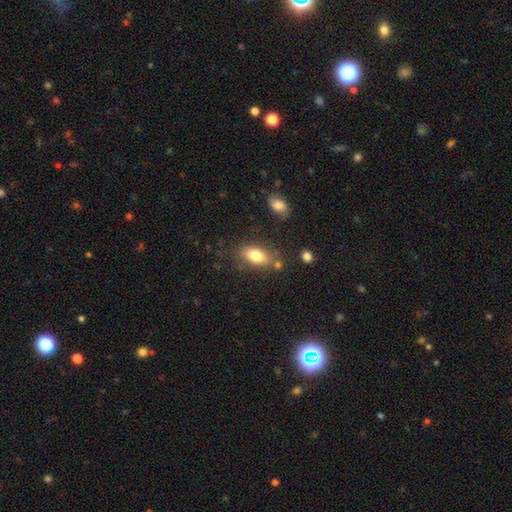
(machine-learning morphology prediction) The model was most divided on "merging": none: 74%, minor disturbance: 15%, merger: 7%, major disturbance: 4%. More confident: how rounded — in between (87%); smooth or featured — smooth (79%).